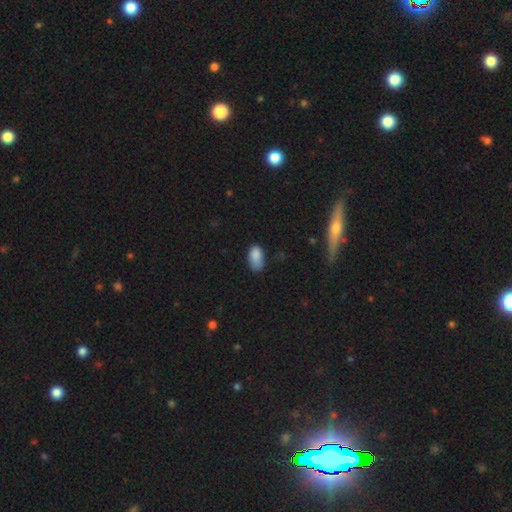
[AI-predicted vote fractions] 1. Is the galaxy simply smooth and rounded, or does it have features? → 83% smooth, 10% star or artifact, 7% featured or disk.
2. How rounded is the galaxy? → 91% in between, 7% round, 2% cigar-shaped.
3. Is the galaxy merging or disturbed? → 47% none, 37% minor disturbance, 12% major disturbance, 4% merger.